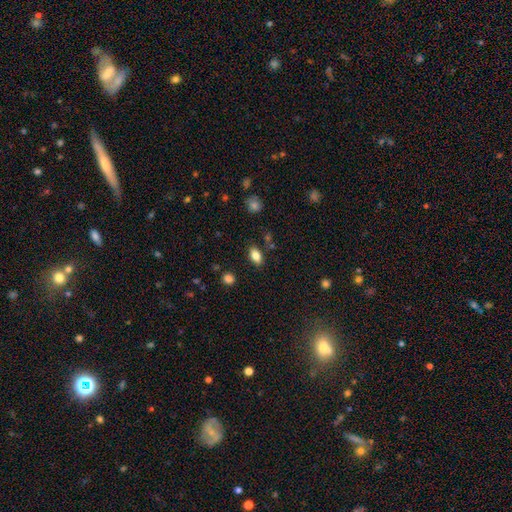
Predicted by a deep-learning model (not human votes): Smooth or featured: smooth — 83% (star or artifact — 9%)
How rounded: in between — 89% (round — 7%)
Merging: none — 84% (minor disturbance — 11%)